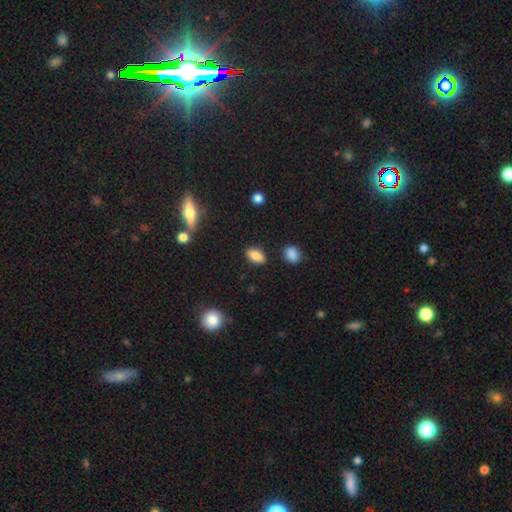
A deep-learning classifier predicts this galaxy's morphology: A smooth galaxy with no disk features (85%) that is in between round and cigar-shaped (89%). Merging: none (86%).